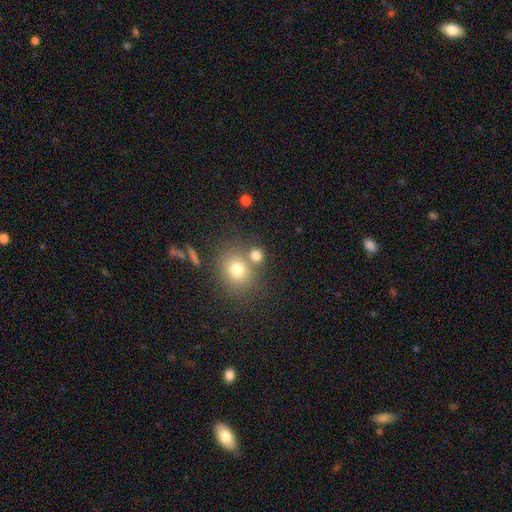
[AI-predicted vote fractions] Smooth or featured? smooth (76%)
How rounded? round (76%)
Merging? none (63%)